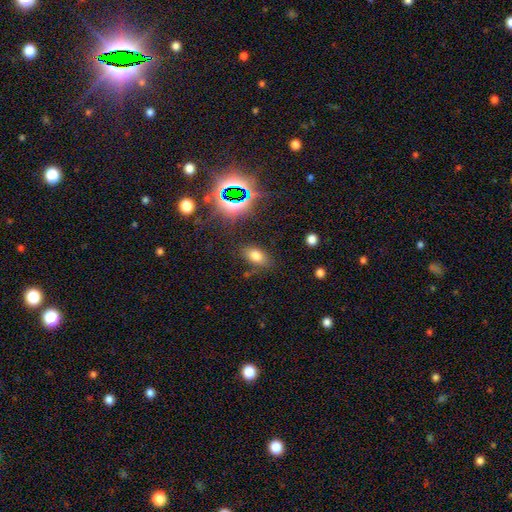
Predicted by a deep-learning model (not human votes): Overall: smooth (72%). How rounded: in between (86%). Merging: none (78%).